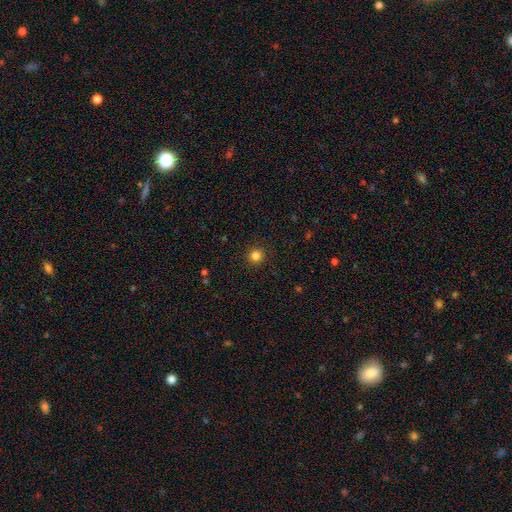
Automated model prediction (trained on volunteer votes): Smooth or featured?
  - smooth: 83% *
  - star or artifact: 13%
  - featured or disk: 4%
How rounded?
  - round: 94% *
  - in between: 5%
  - cigar-shaped: 1%
Merging?
  - none: 92% *
  - minor disturbance: 5%
  - major disturbance: 2%
  - merger: 1%